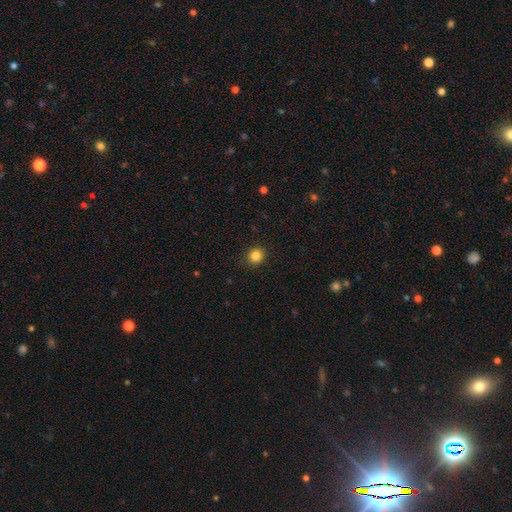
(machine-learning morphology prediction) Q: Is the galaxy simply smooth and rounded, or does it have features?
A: smooth — 85%.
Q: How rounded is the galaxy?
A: round — 89%.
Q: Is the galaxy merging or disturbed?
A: none — 91%.